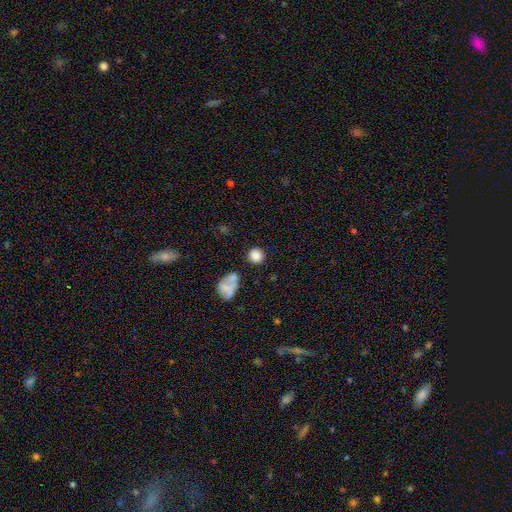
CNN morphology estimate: Smooth or featured?
  - smooth: 83% *
  - star or artifact: 10%
  - featured or disk: 6%
How rounded?
  - round: 90% *
  - in between: 9%
  - cigar-shaped: 1%
Merging?
  - none: 77% *
  - minor disturbance: 10%
  - merger: 8%
  - major disturbance: 4%